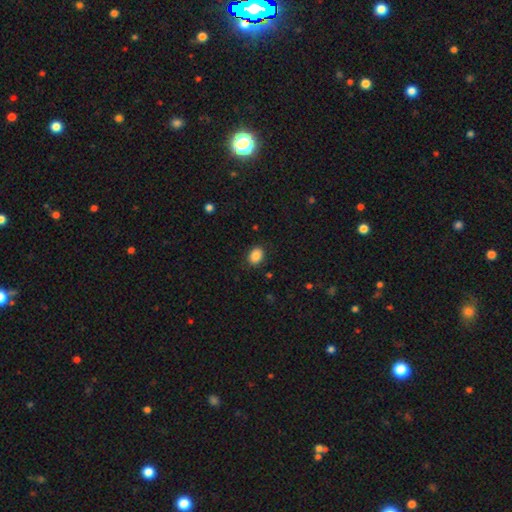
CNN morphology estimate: The model was most divided on "how rounded": in between: 63%, round: 36%, cigar-shaped: 1%. More confident: smooth or featured — smooth (87%); merging — none (86%).